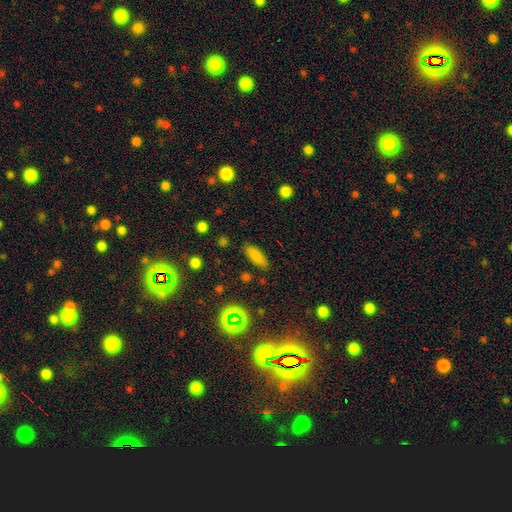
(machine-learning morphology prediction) Smooth or featured: smooth — 79% (star or artifact — 14%)
How rounded: in between — 66% (cigar-shaped — 31%)
Merging: none — 83% (minor disturbance — 11%)